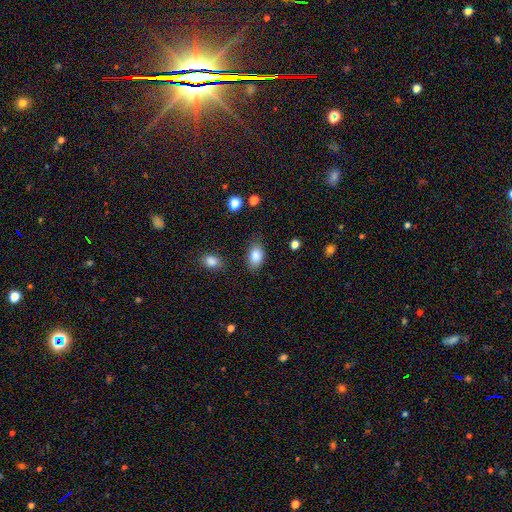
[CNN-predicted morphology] Overall: smooth (86%). How rounded: in between (89%). Merging: none (77%).